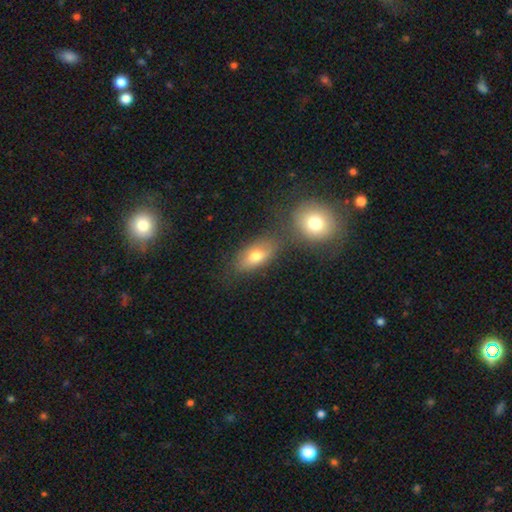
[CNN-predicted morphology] Q: Smooth or featured?
A: smooth (72%); runner-up: featured or disk (18%)
Q: How rounded?
A: in between (83%); runner-up: round (9%)
Q: Merging?
A: none (64%); runner-up: merger (18%)